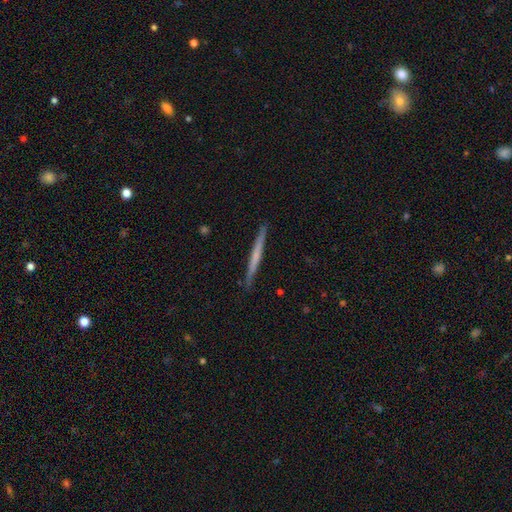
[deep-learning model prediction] Overall: featured or disk (52%; smooth 43%). Edge-on disk: yes (98%). Edge-on bulge: none (78%). Merging: none (91%).